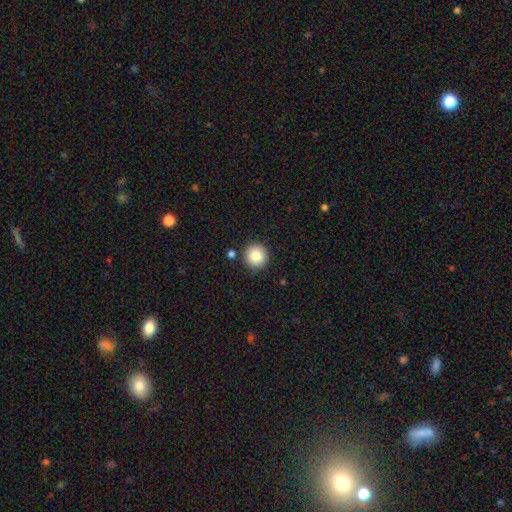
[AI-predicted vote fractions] smooth_or_featured: smooth (p=0.84) [alt: star or artifact p=0.10]
how_rounded: round (p=0.95) [alt: in between p=0.04]
merging: none (p=0.88) [alt: minor disturbance p=0.07]